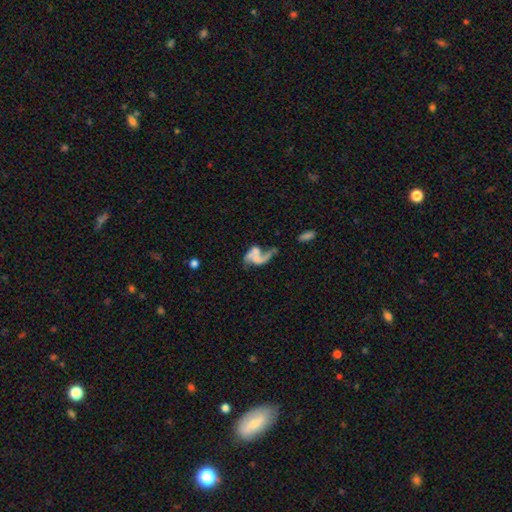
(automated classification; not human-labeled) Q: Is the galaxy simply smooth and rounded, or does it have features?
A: featured or disk — 71%.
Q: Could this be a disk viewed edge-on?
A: no — 97%.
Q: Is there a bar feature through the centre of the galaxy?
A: no — 66%.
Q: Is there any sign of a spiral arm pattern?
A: yes — 76%.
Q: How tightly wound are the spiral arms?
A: loose — 79%.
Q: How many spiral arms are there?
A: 2 — 74%.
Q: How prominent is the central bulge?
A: none — 49%.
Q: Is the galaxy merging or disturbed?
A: merger — 35%.